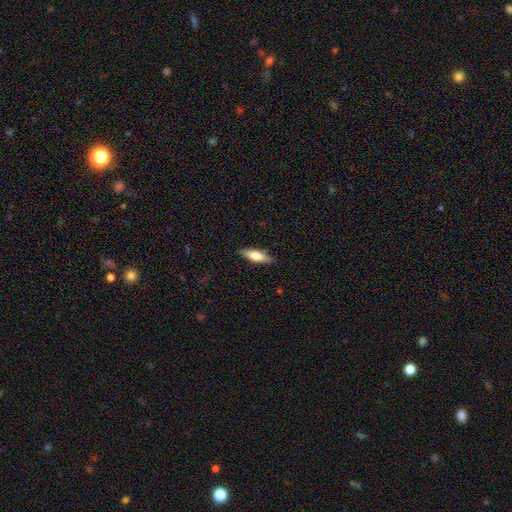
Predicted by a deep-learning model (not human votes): Morphology: type=smooth (70%); roundness=in between (52%); merging=none (87%).